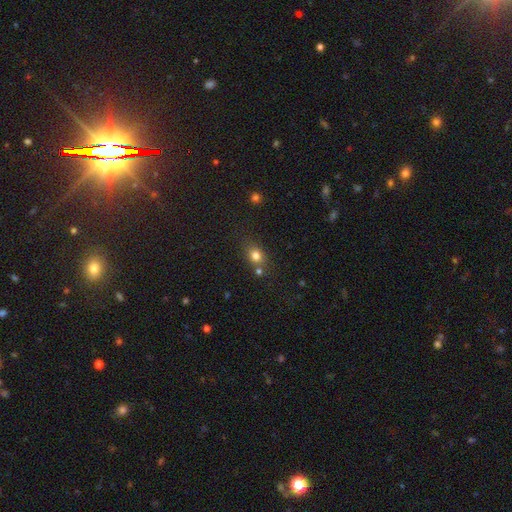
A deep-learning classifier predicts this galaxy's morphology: smooth-or-featured: smooth: 78% | star or artifact: 13% | featured or disk: 9%
  how-rounded: round: 50% | in between: 48% | cigar-shaped: 2%
  merging: none: 65% | merger: 16% | minor disturbance: 14% | major disturbance: 4%